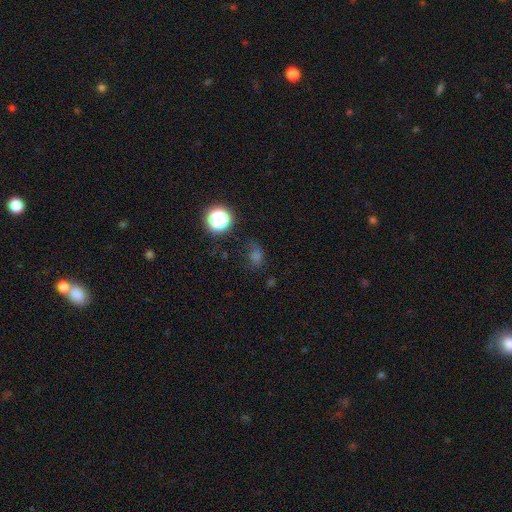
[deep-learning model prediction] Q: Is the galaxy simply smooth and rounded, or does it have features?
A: smooth — 52%.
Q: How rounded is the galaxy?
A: round — 56%.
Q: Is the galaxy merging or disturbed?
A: none — 66%.